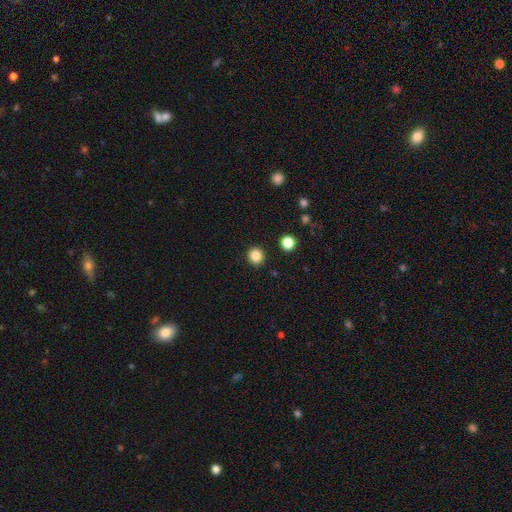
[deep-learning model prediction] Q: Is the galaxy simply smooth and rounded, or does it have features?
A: smooth — 85%.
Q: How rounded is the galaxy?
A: round — 92%.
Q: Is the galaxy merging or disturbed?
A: none — 92%.